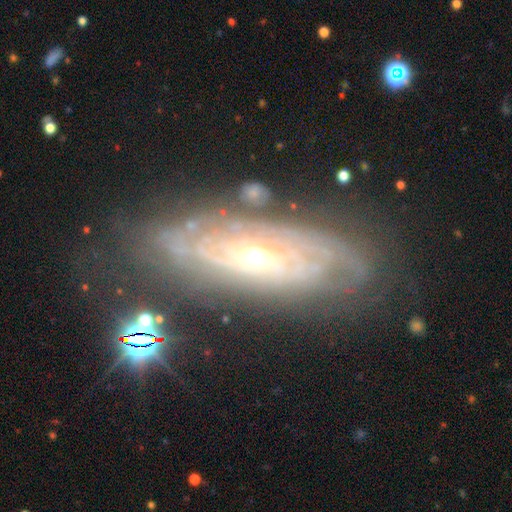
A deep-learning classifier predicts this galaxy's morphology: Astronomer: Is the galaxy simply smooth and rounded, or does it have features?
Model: featured or disk — 84%.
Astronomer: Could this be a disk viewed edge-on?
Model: no — 84%.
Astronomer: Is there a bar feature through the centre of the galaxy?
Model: no — 65%.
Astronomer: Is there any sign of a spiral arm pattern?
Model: yes — 91%.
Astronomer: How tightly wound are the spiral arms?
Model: tight — 79%.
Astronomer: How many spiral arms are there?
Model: can't tell — 56%.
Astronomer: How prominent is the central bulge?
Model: small — 65%.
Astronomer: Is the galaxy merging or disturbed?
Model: none — 75%.